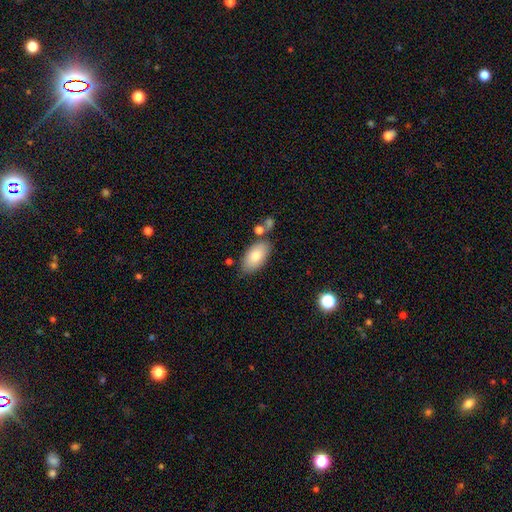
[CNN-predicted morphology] Smooth or featured?
  - smooth: 81% *
  - featured or disk: 13%
  - star or artifact: 6%
How rounded?
  - in between: 95% *
  - round: 3%
  - cigar-shaped: 2%
Merging?
  - none: 73% *
  - minor disturbance: 15%
  - merger: 8%
  - major disturbance: 4%